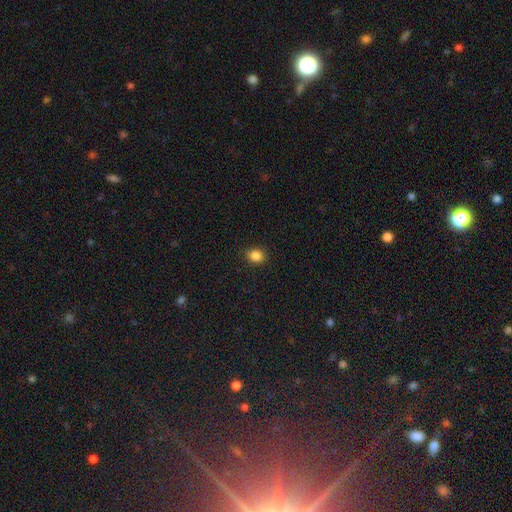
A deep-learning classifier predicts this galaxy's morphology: Smooth or featured?
  - smooth: 86% *
  - star or artifact: 10%
  - featured or disk: 4%
How rounded?
  - round: 56% *
  - in between: 44%
  - cigar-shaped: 1%
Merging?
  - none: 90% *
  - minor disturbance: 7%
  - major disturbance: 2%
  - merger: 1%